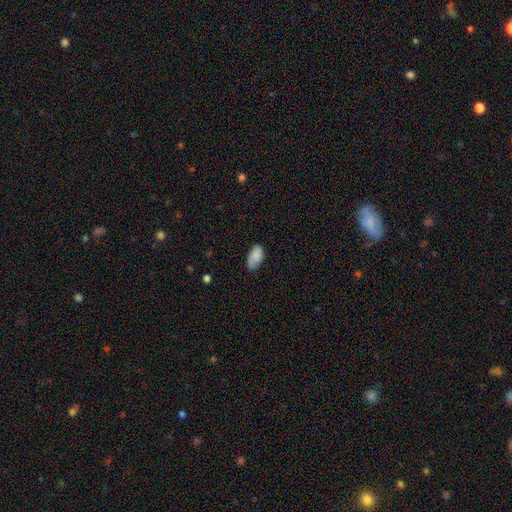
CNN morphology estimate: Smooth or featured? Predicted: smooth (p=0.84). How rounded? Predicted: in between (p=0.94). Merging? Predicted: none (p=0.67).